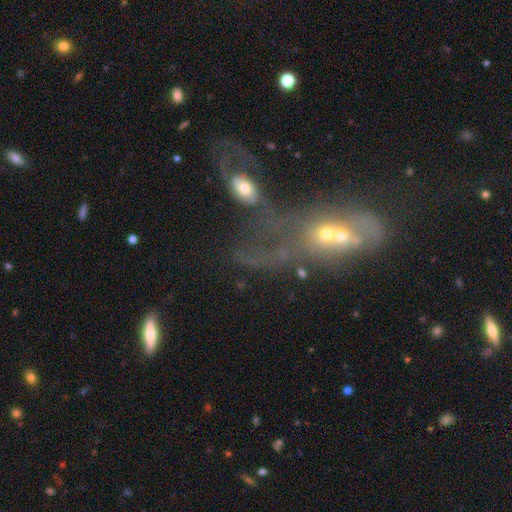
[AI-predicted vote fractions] Morphology: type=featured or disk (52%); edge-on=no (86%); merging=merger (68%).